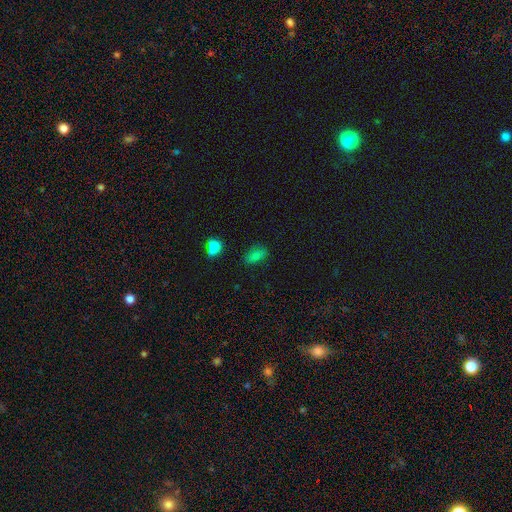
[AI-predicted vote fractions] The model was most divided on "merging": none: 74%, minor disturbance: 19%, major disturbance: 5%, merger: 3%. More confident: how rounded — in between (85%); smooth or featured — smooth (79%).